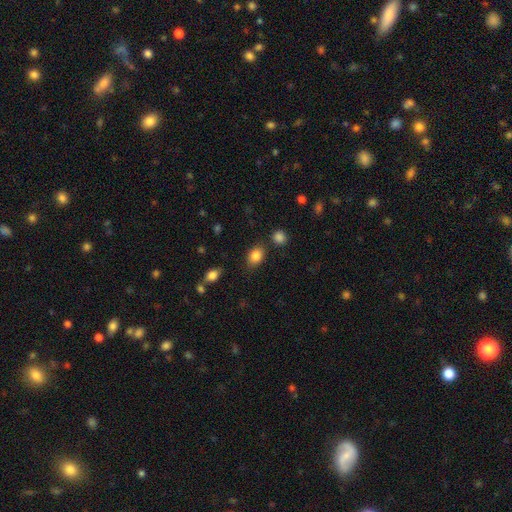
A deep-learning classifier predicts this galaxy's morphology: Smooth or featured?
  - smooth: 85% *
  - star or artifact: 9%
  - featured or disk: 6%
How rounded?
  - in between: 66% *
  - round: 33%
  - cigar-shaped: 1%
Merging?
  - none: 78% *
  - minor disturbance: 14%
  - merger: 4%
  - major disturbance: 4%